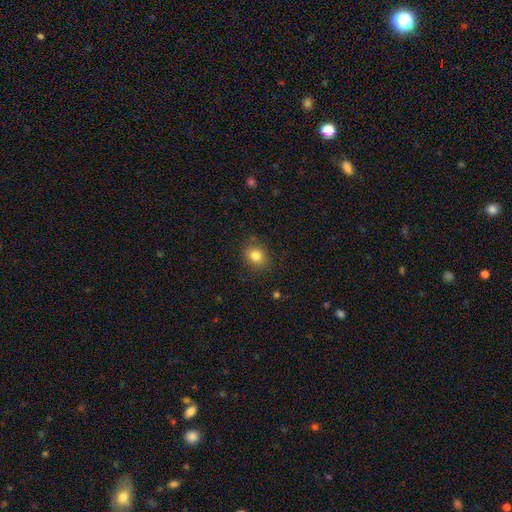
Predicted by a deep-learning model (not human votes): The model was most divided on "how rounded": round: 60%, in between: 39%, cigar-shaped: 1%. More confident: merging — none (86%); smooth or featured — smooth (82%).